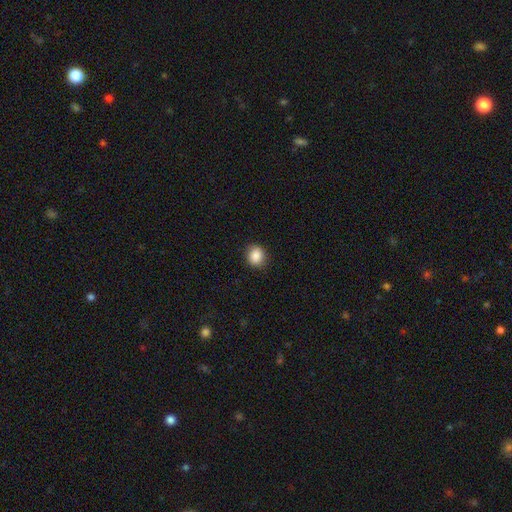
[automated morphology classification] Overall: smooth (87%). How rounded: round (75%). Merging: none (88%).